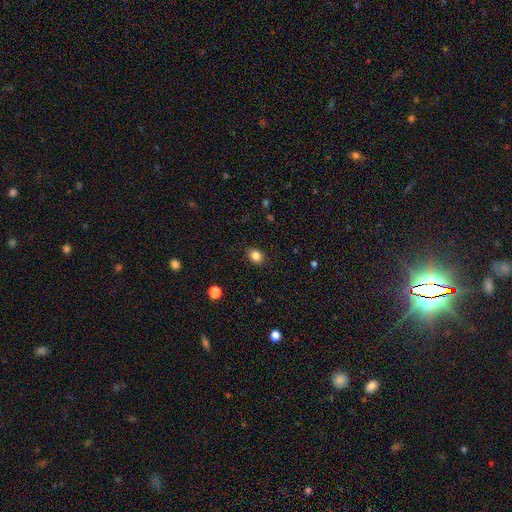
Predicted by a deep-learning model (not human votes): smooth_or_featured: smooth (p=0.85) [alt: star or artifact p=0.11]
how_rounded: in between (p=0.52) [alt: round p=0.47]
merging: none (p=0.87) [alt: minor disturbance p=0.09]